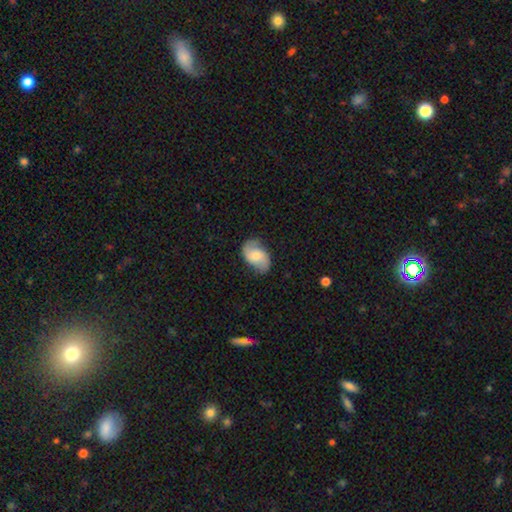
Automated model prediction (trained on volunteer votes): The model was most divided on "smooth or featured": featured or disk: 50%, smooth: 43%, star or artifact: 7%. More confident: edge-on disk — no (96%); merging — none (72%).